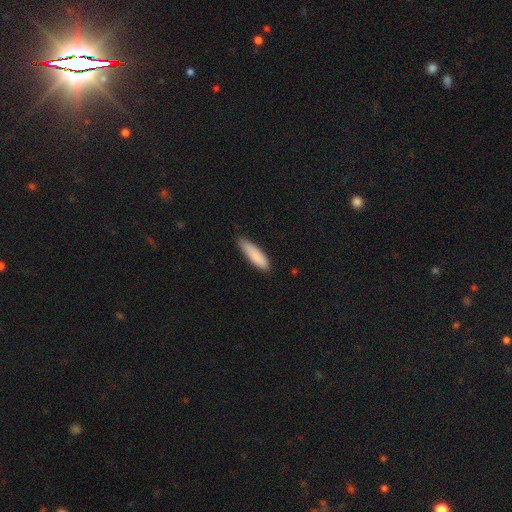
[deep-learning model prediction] Morphology: type=smooth (87%); roundness=cigar-shaped (65%); merging=none (74%).